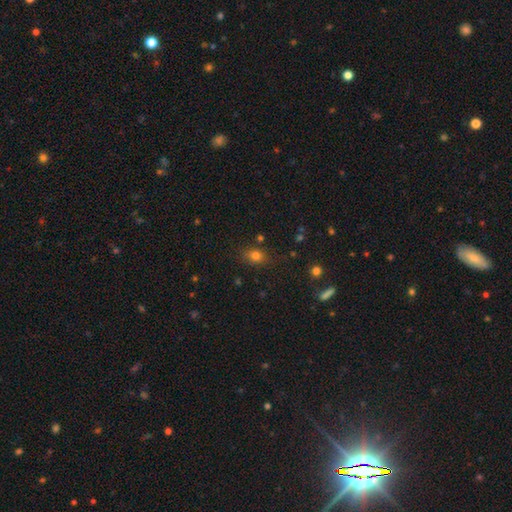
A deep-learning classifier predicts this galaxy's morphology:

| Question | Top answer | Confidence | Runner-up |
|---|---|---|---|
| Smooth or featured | smooth | 76% | star or artifact (16%) |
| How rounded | in between | 50% | round (48%) |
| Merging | none | 77% | minor disturbance (15%) |